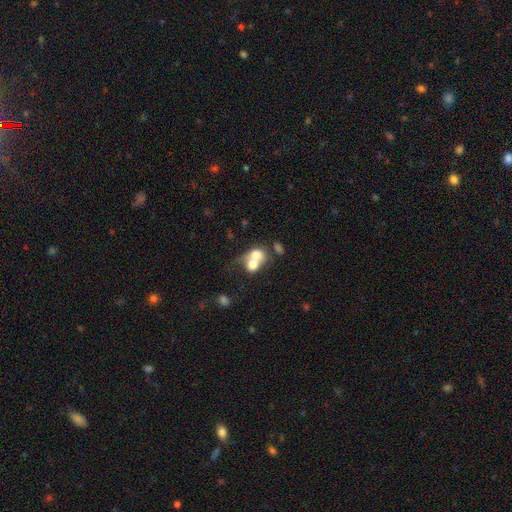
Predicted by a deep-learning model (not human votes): The model was most divided on "how rounded": round: 53%, in between: 45%, cigar-shaped: 1%. More confident: merging — merger (74%); smooth or featured — smooth (65%).